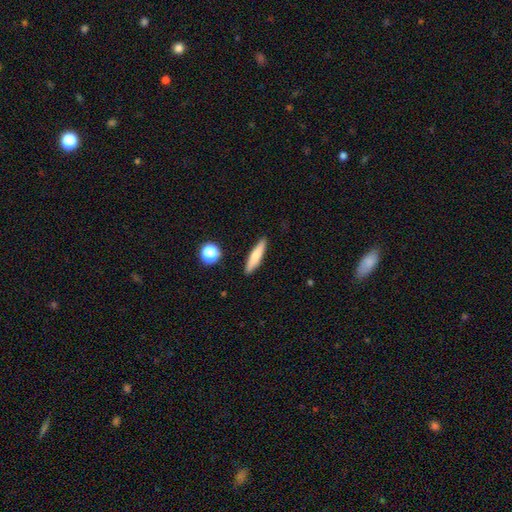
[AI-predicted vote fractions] This is likely a smooth galaxy (72%). How rounded: clearly cigar-shaped (85%). Merging: clearly none (89%).